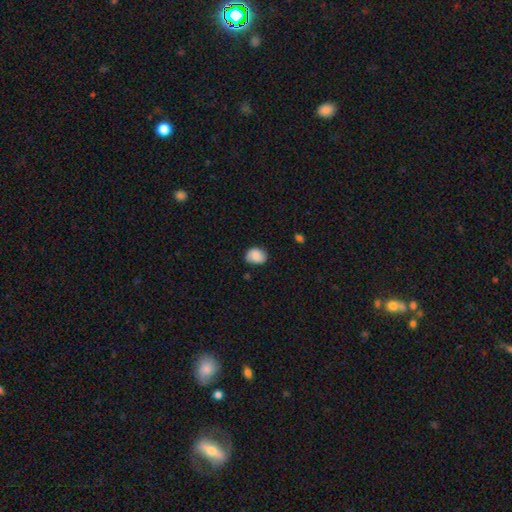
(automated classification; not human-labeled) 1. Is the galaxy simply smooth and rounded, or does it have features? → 80% smooth, 12% featured or disk, 8% star or artifact.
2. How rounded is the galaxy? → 50% in between, 49% round, 1% cigar-shaped.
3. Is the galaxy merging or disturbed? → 69% none, 24% minor disturbance, 4% major disturbance, 2% merger.